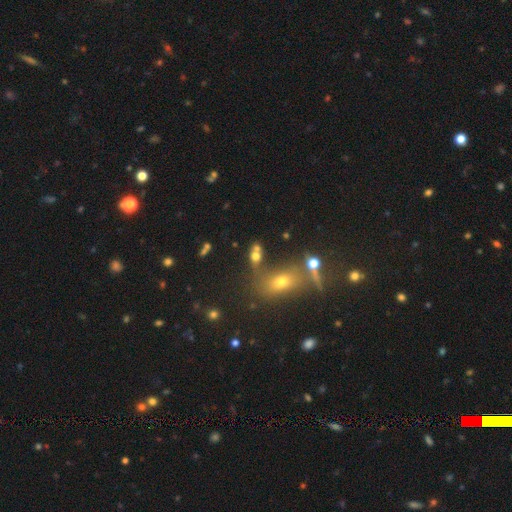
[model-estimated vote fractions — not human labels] Smooth or featured? Predicted: smooth (p=0.64). How rounded? Predicted: in between (p=0.60). Merging? Predicted: none (p=0.40, tied with merger).